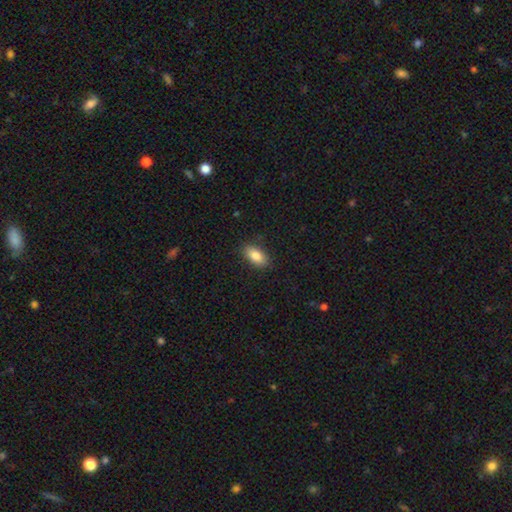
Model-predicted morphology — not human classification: A smooth galaxy with no disk features (84%) that is in between round and cigar-shaped (91%).

Vote fractions:
- Smooth or featured? smooth: 84% / featured or disk: 8% / star or artifact: 7%
- How rounded? in between: 91% / round: 5% / cigar-shaped: 4%
- Merging? none: 87% / minor disturbance: 10% / major disturbance: 2% / merger: 1%